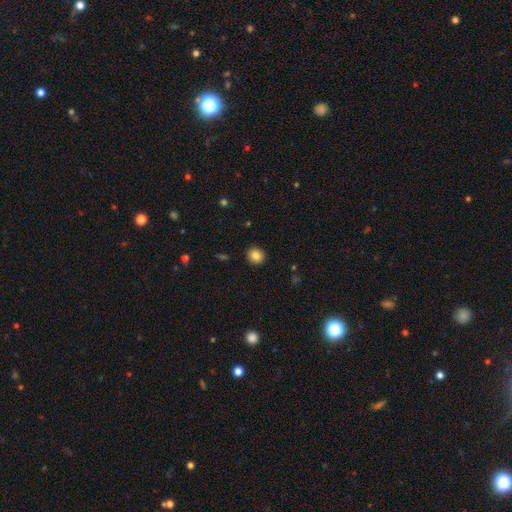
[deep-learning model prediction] This appears to be a smooth galaxy with no disk features (84%) that is round (88%). Merging: none (92%).